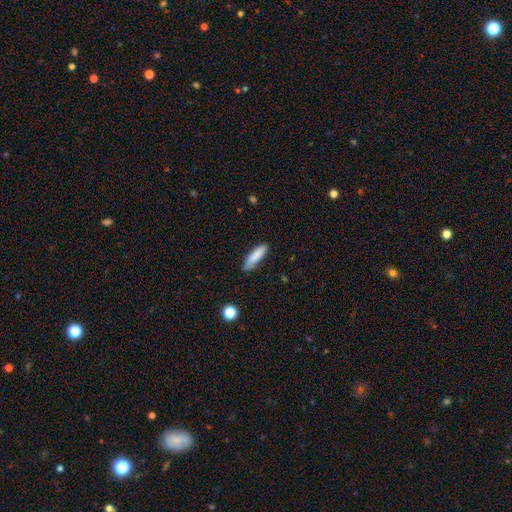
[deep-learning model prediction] smooth_or_featured: smooth (p=0.85) [alt: featured or disk p=0.08]
how_rounded: cigar-shaped (p=0.68) [alt: in between p=0.31]
merging: none (p=0.80) [alt: minor disturbance p=0.16]